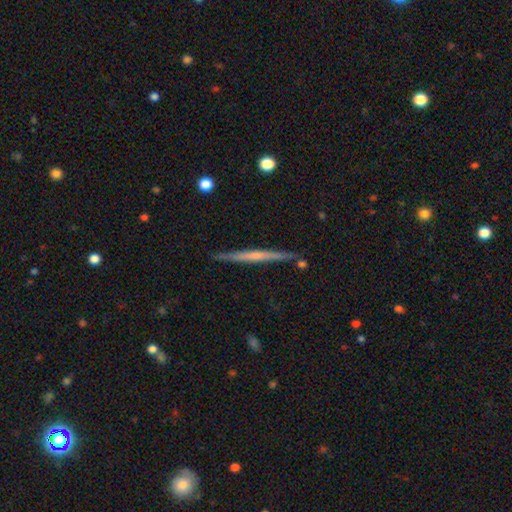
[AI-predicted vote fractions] A featured or disk galaxy (64%) viewed edge-on (98%) with no central bulge (61%). Merging: none (88%).